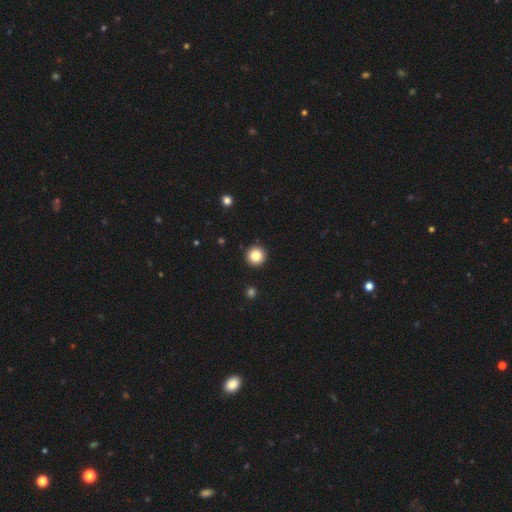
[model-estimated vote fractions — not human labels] Morphology: type=smooth (85%); roundness=round (96%); merging=none (93%).